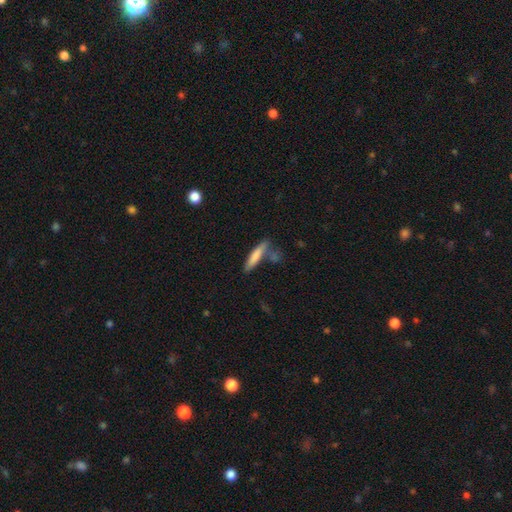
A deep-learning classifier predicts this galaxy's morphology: Smooth or featured? Predicted: smooth (p=0.77). How rounded? Predicted: cigar-shaped (p=0.85). Merging? Predicted: none (p=0.68).